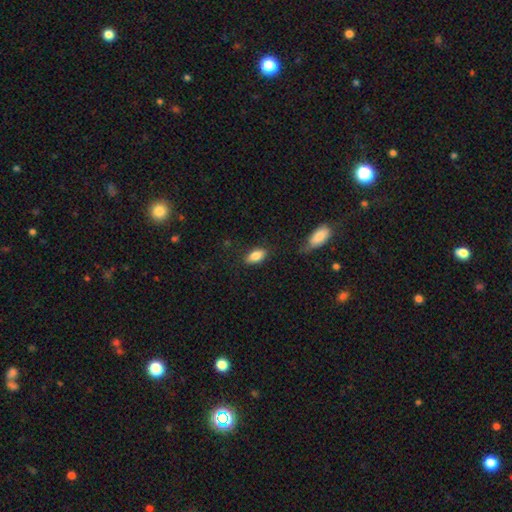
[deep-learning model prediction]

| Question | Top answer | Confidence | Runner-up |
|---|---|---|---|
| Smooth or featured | smooth | 83% | featured or disk (9%) |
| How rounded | in between | 89% | cigar-shaped (7%) |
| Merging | none | 82% | minor disturbance (13%) |